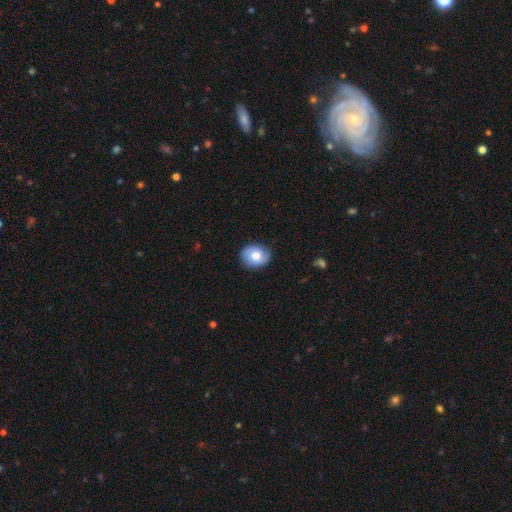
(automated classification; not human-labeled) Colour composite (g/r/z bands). It shows a smooth galaxy with no disk features (71%) that is round (59%). Merging: none (83%).